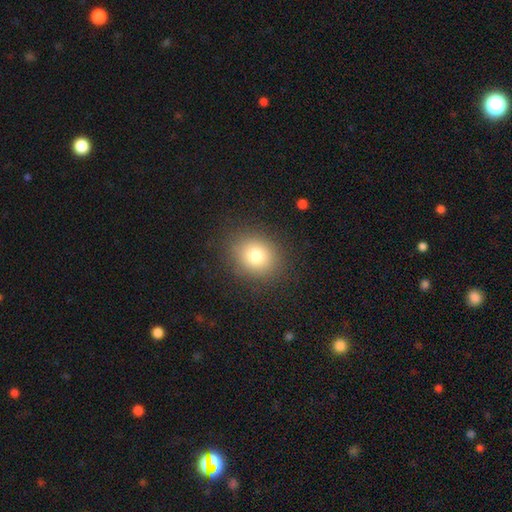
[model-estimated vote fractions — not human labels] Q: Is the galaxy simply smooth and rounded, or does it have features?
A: smooth — 77%.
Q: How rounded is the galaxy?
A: round — 75%.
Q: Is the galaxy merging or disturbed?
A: none — 87%.